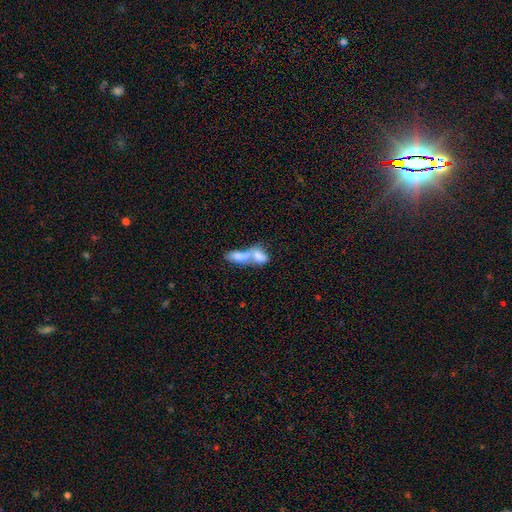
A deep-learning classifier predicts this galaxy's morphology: This appears to be a smooth galaxy with no disk features (70%) that is in between round and cigar-shaped (76%). Merging: merger (80%).